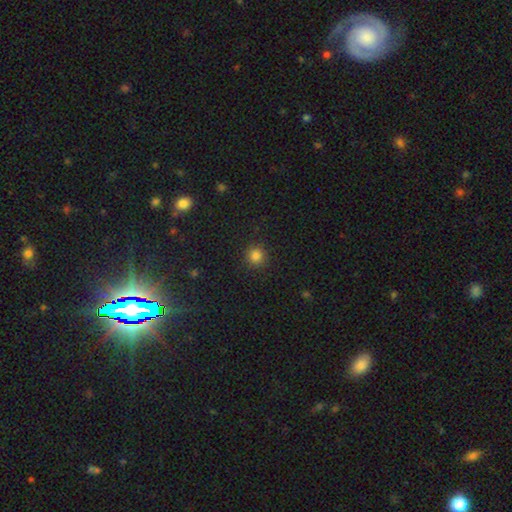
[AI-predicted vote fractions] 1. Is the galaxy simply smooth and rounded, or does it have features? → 82% smooth, 14% star or artifact, 4% featured or disk.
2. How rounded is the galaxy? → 93% round, 6% in between, 1% cigar-shaped.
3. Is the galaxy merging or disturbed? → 89% none, 7% minor disturbance, 3% major disturbance, 1% merger.